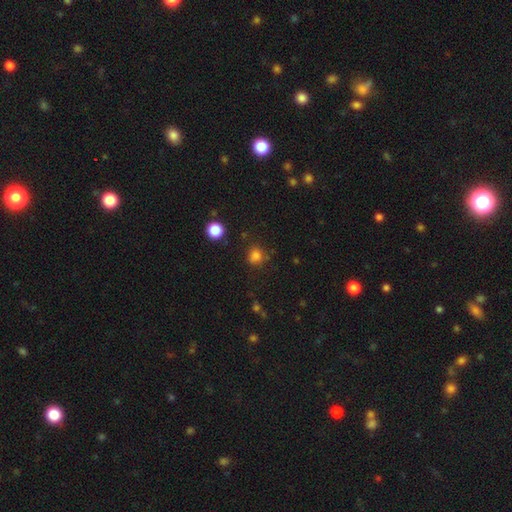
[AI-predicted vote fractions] A smooth galaxy with no disk features (80%) that is round (78%). Merging: none (77%).